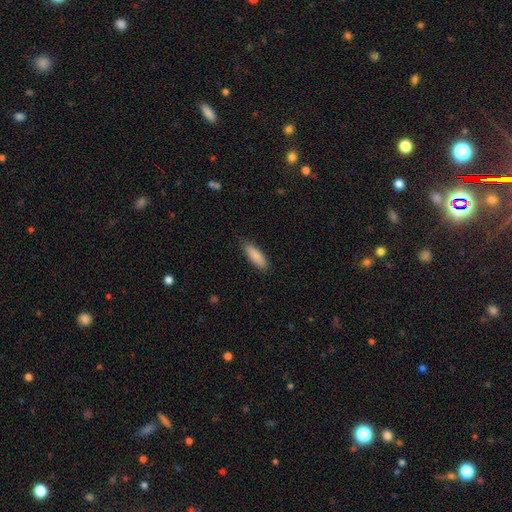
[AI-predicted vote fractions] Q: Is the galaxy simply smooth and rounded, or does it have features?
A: smooth — 86%.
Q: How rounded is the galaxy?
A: in between — 52%.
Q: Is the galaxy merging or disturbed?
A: none — 85%.